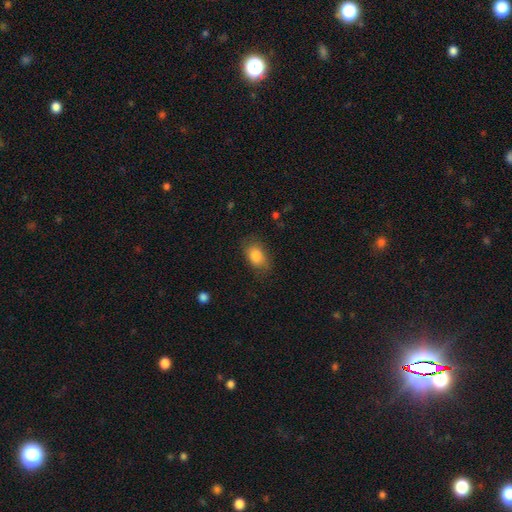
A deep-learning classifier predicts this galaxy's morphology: This is clearly a smooth galaxy (84%). How rounded: clearly in between (84%). Merging: likely none (74%).